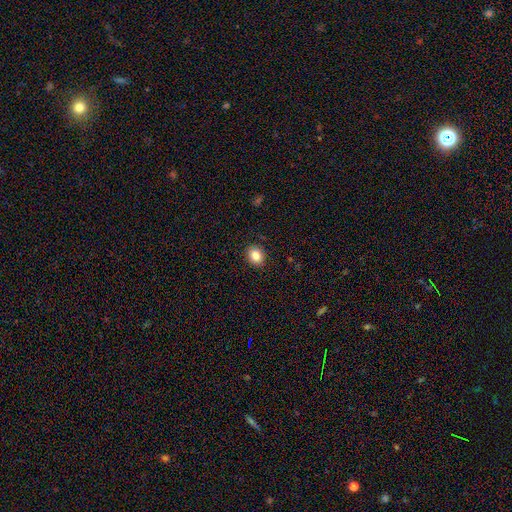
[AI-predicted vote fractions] Morphology: type=smooth (84%); roundness=round (65%); merging=none (90%).